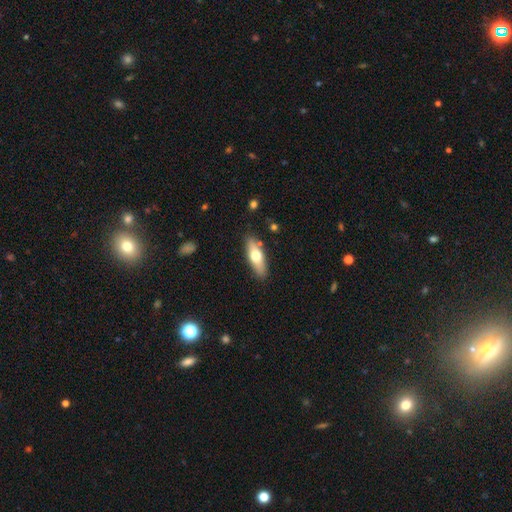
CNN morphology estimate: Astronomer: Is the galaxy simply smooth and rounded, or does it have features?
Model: smooth — 57% (runner-up: featured or disk, 37%).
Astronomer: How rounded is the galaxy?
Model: in between — 57% (runner-up: cigar-shaped, 40%).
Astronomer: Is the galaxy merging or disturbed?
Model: none — 86%.